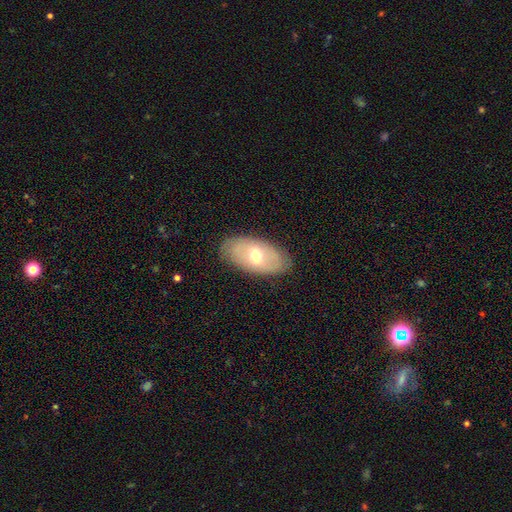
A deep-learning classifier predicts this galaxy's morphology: Smooth or featured? smooth (53%)
How rounded? in between (92%)
Merging? none (83%)